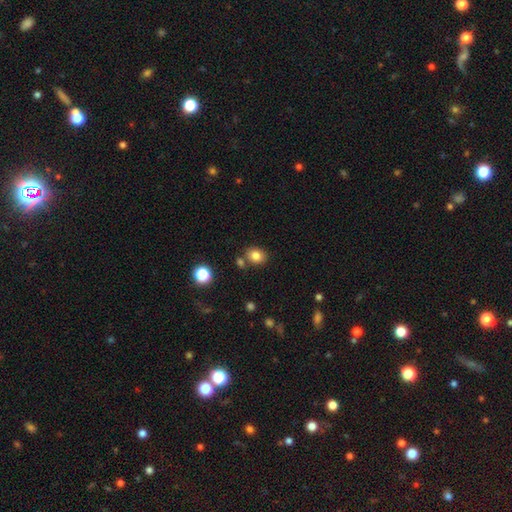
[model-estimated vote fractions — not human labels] A smooth galaxy with no disk features (82%) that is round (55%).

Vote fractions:
- Smooth or featured? smooth: 82% / star or artifact: 11% / featured or disk: 7%
- How rounded? round: 55% / in between: 44% / cigar-shaped: 1%
- Merging? none: 75% / minor disturbance: 11% / merger: 11% / major disturbance: 3%